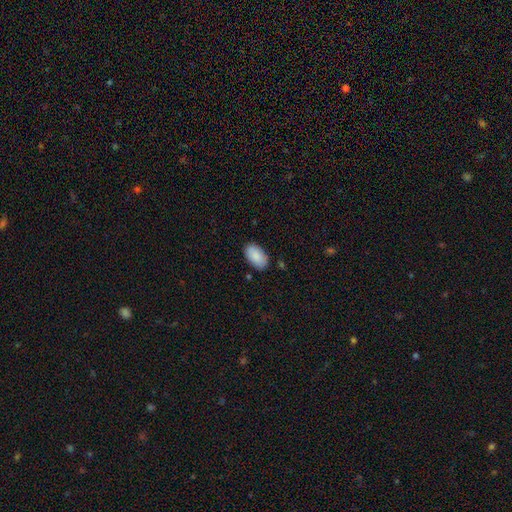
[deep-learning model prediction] smooth_or_featured: smooth (p=0.89) [alt: star or artifact p=0.06]
how_rounded: in between (p=0.95) [alt: round p=0.03]
merging: none (p=0.85) [alt: minor disturbance p=0.11]